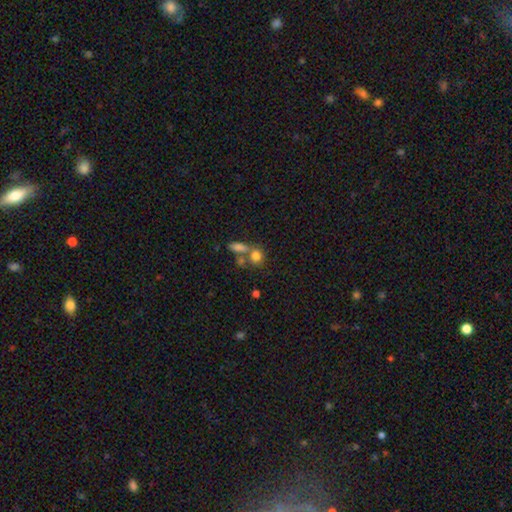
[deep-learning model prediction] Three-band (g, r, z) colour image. It shows a smooth galaxy with no disk features (78%) that is round (70%). Merging: none (49%).